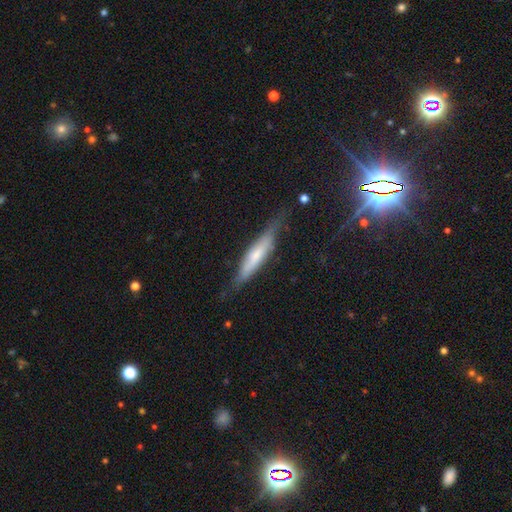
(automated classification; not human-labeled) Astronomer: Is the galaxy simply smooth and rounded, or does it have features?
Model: smooth — 48% (runner-up: featured or disk, 45%).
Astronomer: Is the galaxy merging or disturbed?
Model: none — 67%.